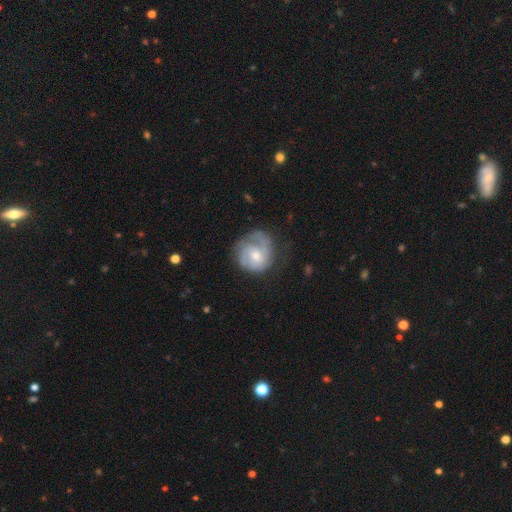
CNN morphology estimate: Q: Smooth or featured?
A: featured or disk (70%); runner-up: smooth (24%)
Q: Edge-on disk?
A: no (98%); runner-up: yes (2%)
Q: Bar?
A: no (63%); runner-up: weak (33%)
Q: Spiral arms?
A: yes (89%); runner-up: no (11%)
Q: Spiral winding?
A: tight (47%); runner-up: medium (38%)
Q: Spiral arm count?
A: 2 (39%); runner-up: can't tell (26%)
Q: Bulge size?
A: moderate (53%); runner-up: small (41%)
Q: Merging?
A: none (59%); runner-up: minor disturbance (24%)